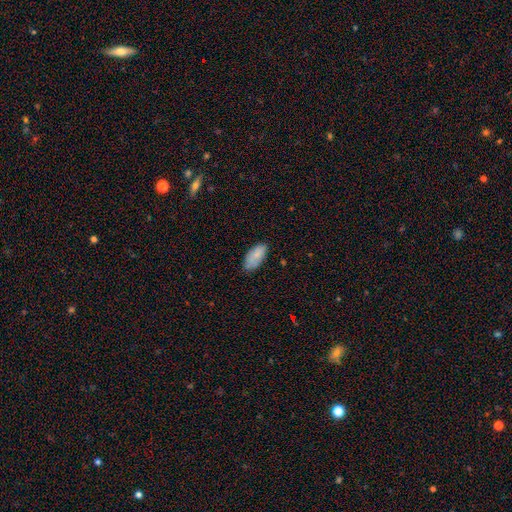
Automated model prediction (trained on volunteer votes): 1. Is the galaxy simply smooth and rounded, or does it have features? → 85% smooth, 8% featured or disk, 7% star or artifact.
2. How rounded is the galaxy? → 93% in between, 5% cigar-shaped, 2% round.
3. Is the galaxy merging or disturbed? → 72% none, 22% minor disturbance, 4% major disturbance, 1% merger.